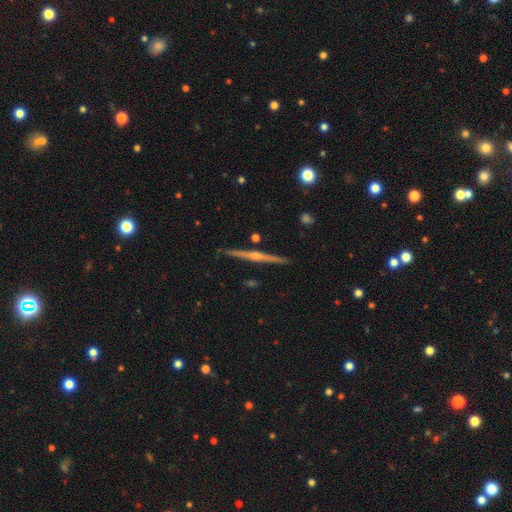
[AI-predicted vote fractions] Smooth or featured? Predicted: featured or disk (p=0.75). Edge-on disk? Predicted: yes (p=0.97). Edge-on bulge? Predicted: rounded (p=0.73). Merging? Predicted: none (p=0.90).